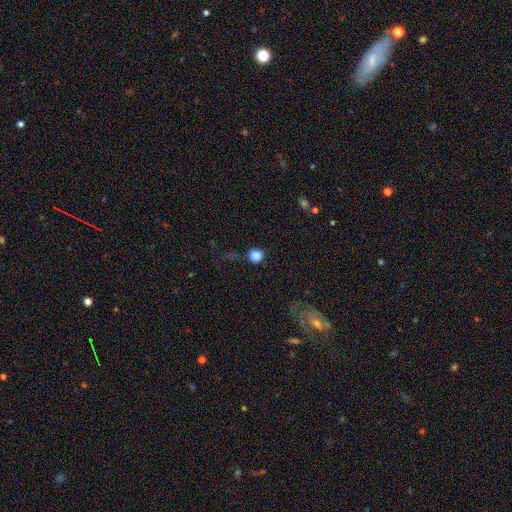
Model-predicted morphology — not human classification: This is clearly a smooth galaxy (84%). How rounded: clearly round (91%). Merging: likely none (79%).